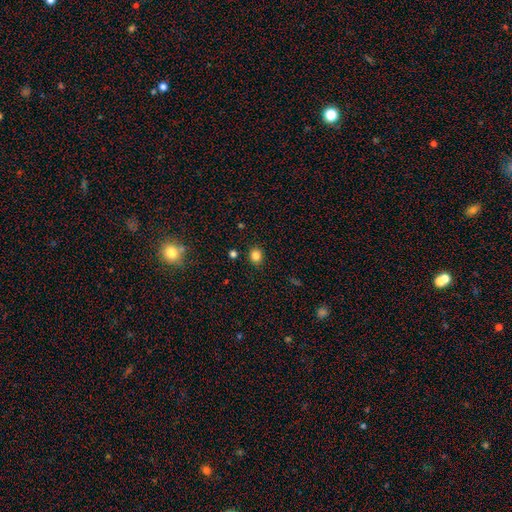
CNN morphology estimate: Overall: smooth (83%). How rounded: round (68%; in between 31%). Merging: none (88%).